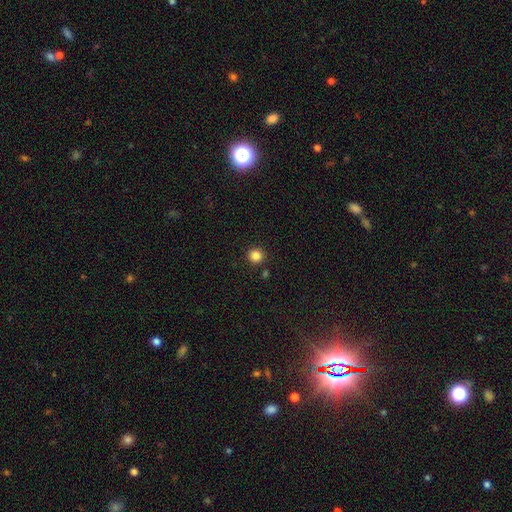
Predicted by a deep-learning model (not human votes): Smooth or featured: smooth — 85% (star or artifact — 12%)
How rounded: round — 93% (in between — 6%)
Merging: none — 90% (minor disturbance — 5%)